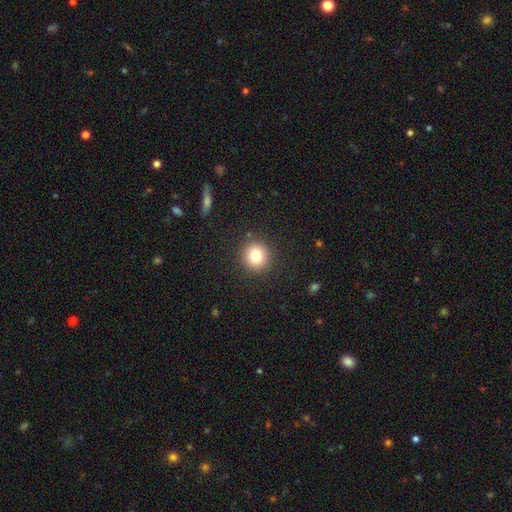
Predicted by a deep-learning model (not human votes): Smooth or featured: smooth — 81% (star or artifact — 11%)
How rounded: round — 92% (in between — 8%)
Merging: none — 89% (minor disturbance — 7%)